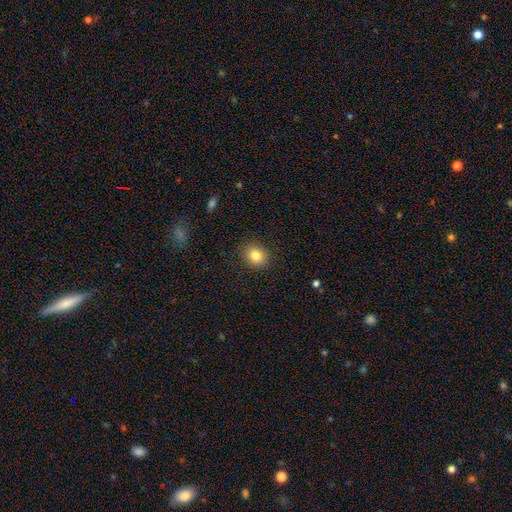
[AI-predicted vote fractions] smooth_or_featured: smooth (p=0.83) [alt: star or artifact p=0.10]
how_rounded: round (p=0.69) [alt: in between p=0.30]
merging: none (p=0.90) [alt: minor disturbance p=0.07]